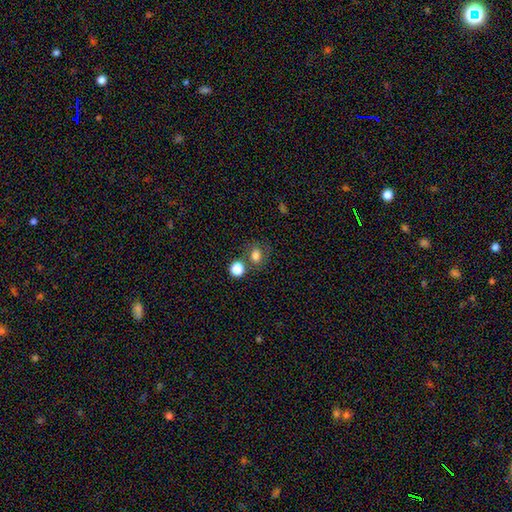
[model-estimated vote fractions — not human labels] smooth_or_featured: smooth (p=0.78) [alt: star or artifact p=0.13]
how_rounded: round (p=0.55) [alt: in between p=0.44]
merging: none (p=0.60) [alt: merger p=0.21]